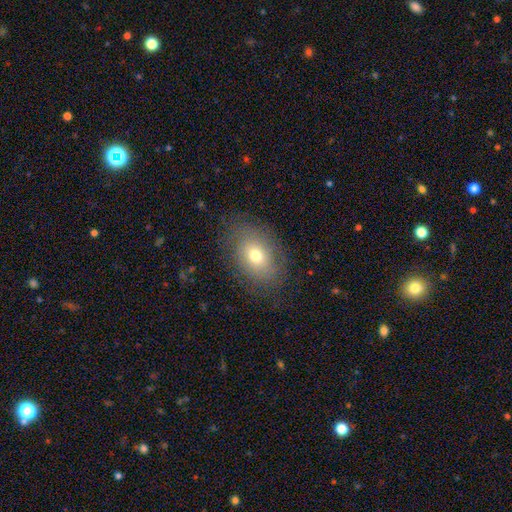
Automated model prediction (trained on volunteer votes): Smooth or featured: smooth — 70% (featured or disk — 18%)
How rounded: in between — 75% (round — 24%)
Merging: none — 79% (minor disturbance — 14%)